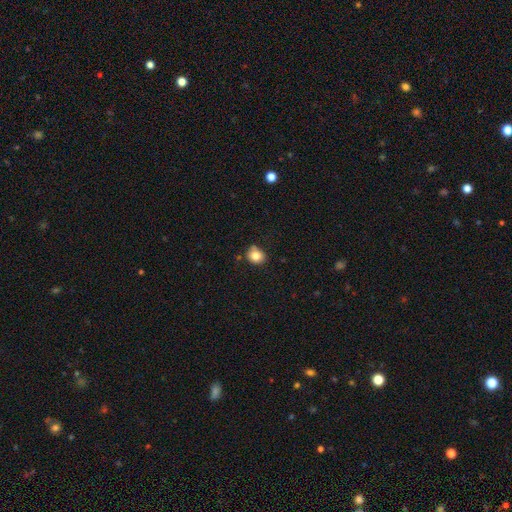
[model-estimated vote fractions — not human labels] This is likely a smooth galaxy (79%). How rounded: likely round (64%). Merging: likely none (69%).